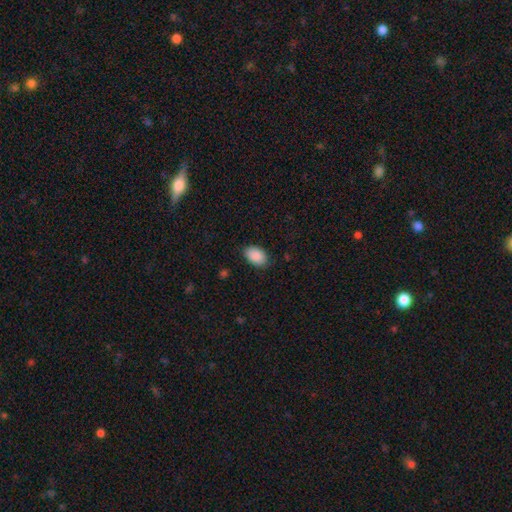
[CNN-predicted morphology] This is clearly a smooth galaxy (90%). How rounded: clearly in between (90%). Merging: clearly none (84%).